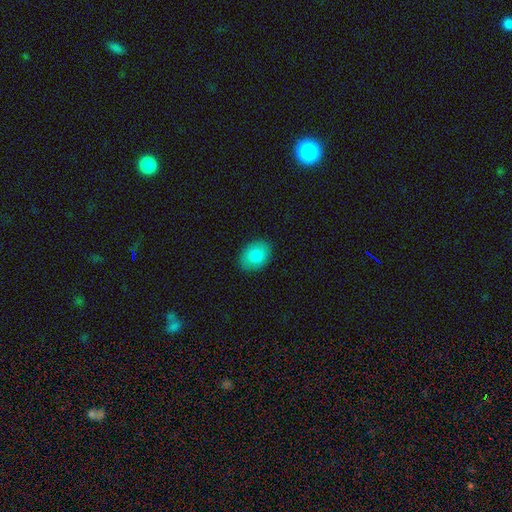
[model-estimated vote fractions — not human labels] Smooth or featured? Predicted: smooth (p=0.82). How rounded? Predicted: in between (p=0.73). Merging? Predicted: none (p=0.88).